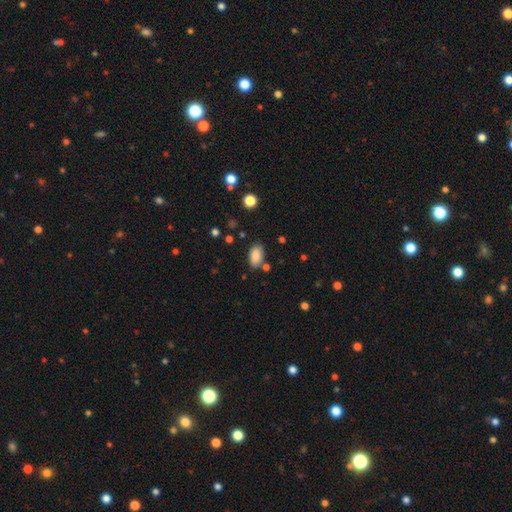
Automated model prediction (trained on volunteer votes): A smooth galaxy with no disk features (86%) that is in between round and cigar-shaped (93%).

Vote fractions:
- Smooth or featured? smooth: 86% / star or artifact: 8% / featured or disk: 6%
- How rounded? in between: 93% / round: 5% / cigar-shaped: 2%
- Merging? none: 80% / minor disturbance: 12% / merger: 5% / major disturbance: 3%